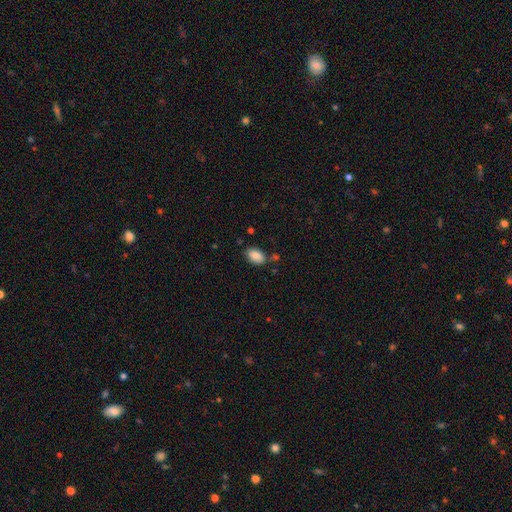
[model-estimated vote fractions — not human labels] smooth-or-featured: smooth: 87% | star or artifact: 7% | featured or disk: 5%
  how-rounded: in between: 90% | round: 8% | cigar-shaped: 1%
  merging: none: 75% | minor disturbance: 15% | merger: 6% | major disturbance: 3%